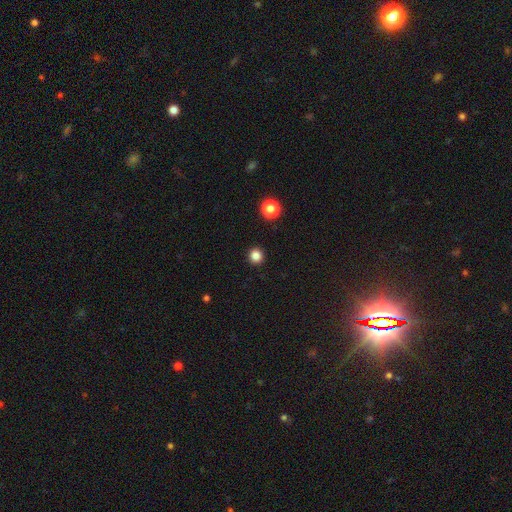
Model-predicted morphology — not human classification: smooth 83%, star or artifact 13%, featured or disk 3%. Down the decision tree: how rounded — round (94%); merging — none (93%).